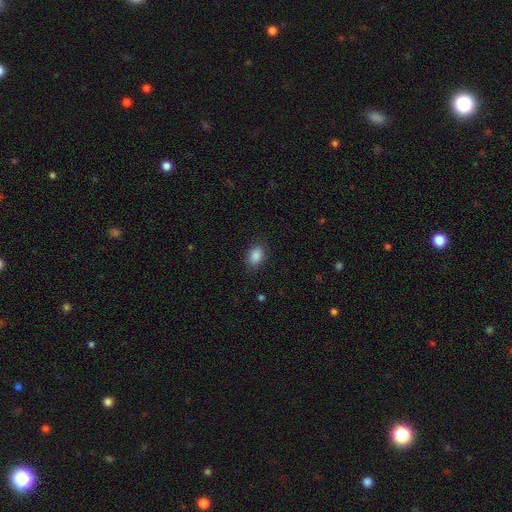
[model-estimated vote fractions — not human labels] A smooth galaxy with no disk features (88%) that is in between round and cigar-shaped (81%).

Vote fractions:
- Smooth or featured? smooth: 88% / star or artifact: 8% / featured or disk: 4%
- How rounded? in between: 81% / round: 18% / cigar-shaped: 1%
- Merging? none: 85% / minor disturbance: 11% / major disturbance: 3% / merger: 1%